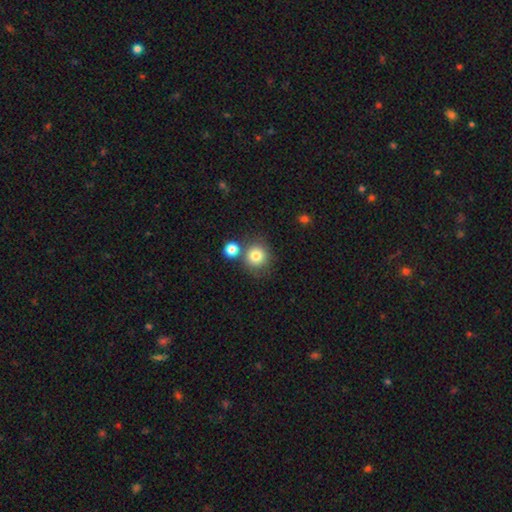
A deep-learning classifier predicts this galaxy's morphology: Q: Smooth or featured?
A: smooth (81%); runner-up: star or artifact (11%)
Q: How rounded?
A: round (91%); runner-up: in between (8%)
Q: Merging?
A: none (67%); runner-up: merger (19%)